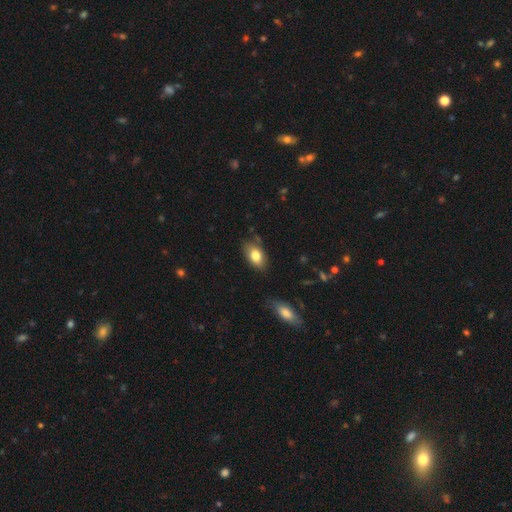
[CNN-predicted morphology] smooth-or-featured: smooth: 80% | featured or disk: 13% | star or artifact: 8%
  how-rounded: in between: 89% | round: 8% | cigar-shaped: 2%
  merging: none: 76% | minor disturbance: 18% | major disturbance: 3% | merger: 3%